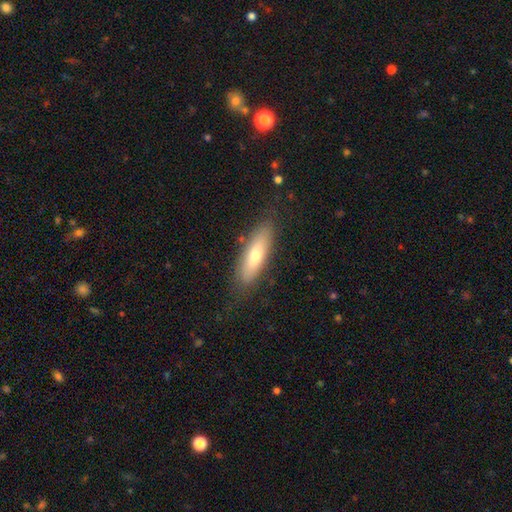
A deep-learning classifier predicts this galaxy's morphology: A smooth galaxy with no disk features (66%) that is cigar-shaped (51%). Merging: none (82%).